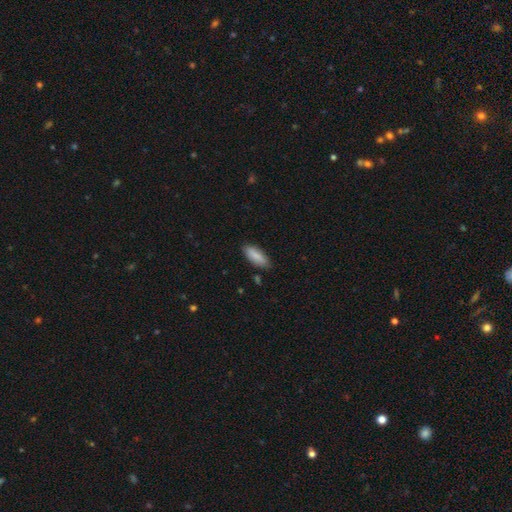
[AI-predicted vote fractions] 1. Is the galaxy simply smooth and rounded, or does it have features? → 86% smooth, 7% featured or disk, 6% star or artifact.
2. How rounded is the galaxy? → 73% in between, 25% cigar-shaped, 2% round.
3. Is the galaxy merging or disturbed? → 80% none, 16% minor disturbance, 3% major disturbance, 2% merger.